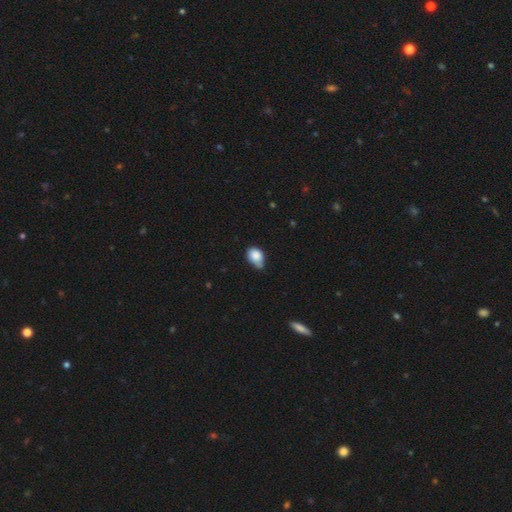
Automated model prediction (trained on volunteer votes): The model was most divided on "merging": minor disturbance: 49%, none: 35%, major disturbance: 9%, merger: 7%. More confident: smooth or featured — smooth (85%); how rounded — in between (68%).